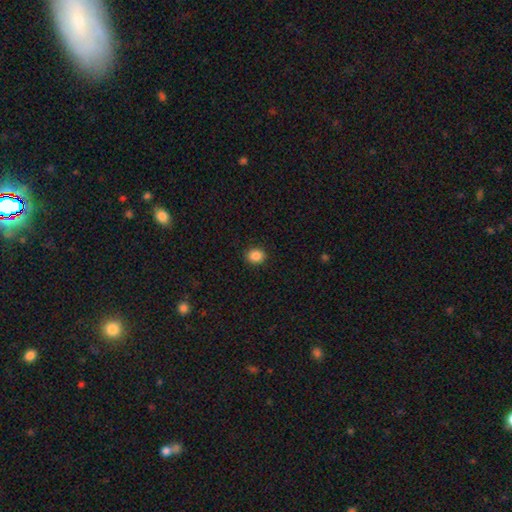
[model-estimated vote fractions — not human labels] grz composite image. It shows a smooth galaxy with no disk features (87%) that is round (64%). Merging: none (91%).